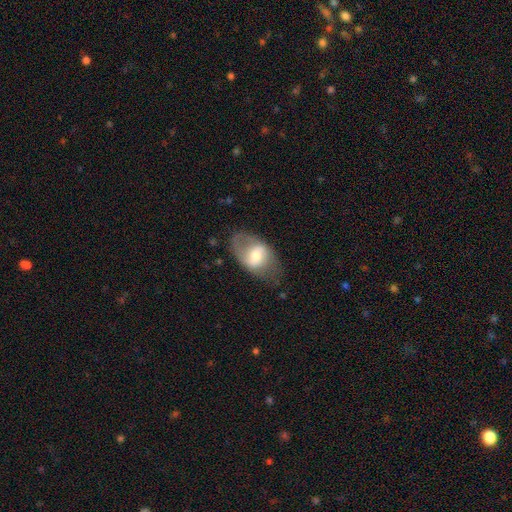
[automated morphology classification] The model was most divided on "smooth or featured": featured or disk: 49%, smooth: 44%, star or artifact: 7%. More confident: merging — none (63%).